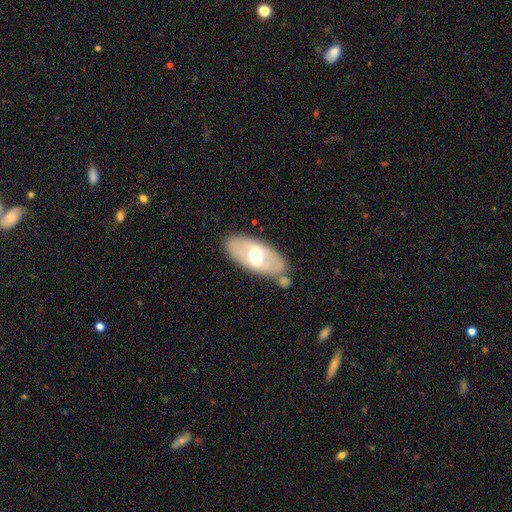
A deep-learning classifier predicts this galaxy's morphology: smooth_or_featured: featured or disk (p=0.51) [alt: smooth p=0.43]
disk_edge_on: no (p=0.81) [alt: yes p=0.19]
merging: none (p=0.70) [alt: minor disturbance p=0.13]